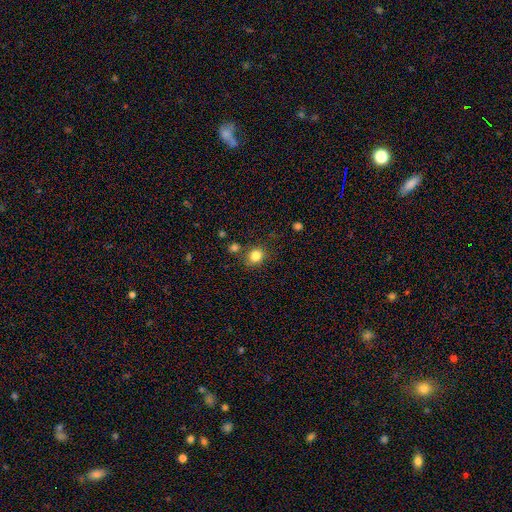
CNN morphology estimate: A smooth galaxy with no disk features (83%) that is round (76%).

Vote fractions:
- Smooth or featured? smooth: 83% / star or artifact: 12% / featured or disk: 6%
- How rounded? round: 76% / in between: 23% / cigar-shaped: 1%
- Merging? none: 78% / minor disturbance: 12% / merger: 7% / major disturbance: 4%